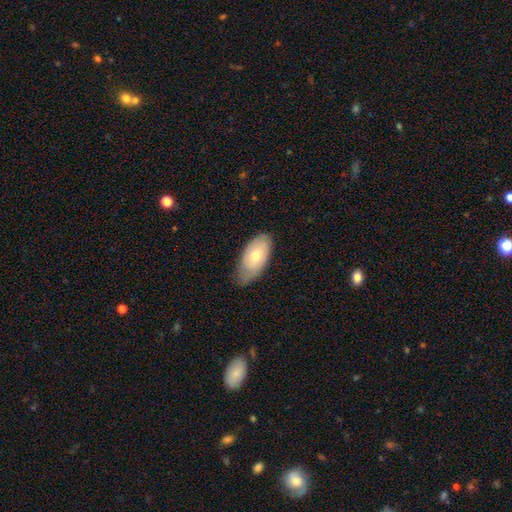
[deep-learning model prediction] Q: Smooth or featured?
A: smooth (65%); runner-up: featured or disk (29%)
Q: How rounded?
A: in between (94%); runner-up: cigar-shaped (3%)
Q: Merging?
A: none (68%); runner-up: minor disturbance (27%)